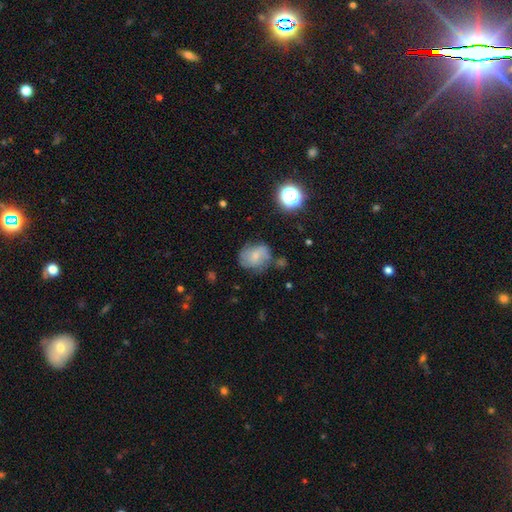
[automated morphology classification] Smooth or featured?
  - smooth: 60% *
  - featured or disk: 29%
  - star or artifact: 11%
How rounded?
  - round: 53% *
  - in between: 46%
  - cigar-shaped: 1%
Merging?
  - none: 58% *
  - minor disturbance: 27%
  - major disturbance: 11%
  - merger: 4%